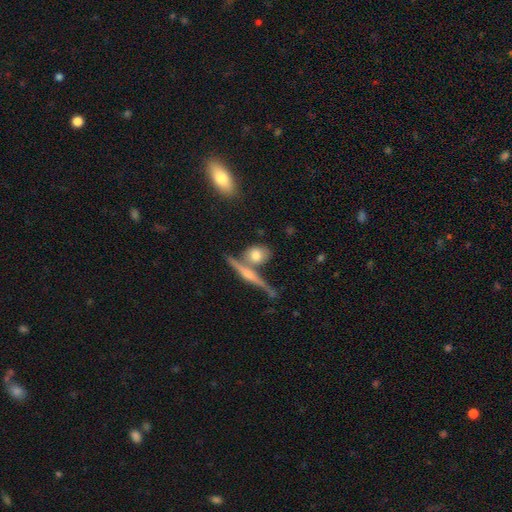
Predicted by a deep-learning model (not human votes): Overall: smooth (59%; featured or disk 33%). How rounded: round (46%; in between 38%). Merging: none (55%; merger 28%).